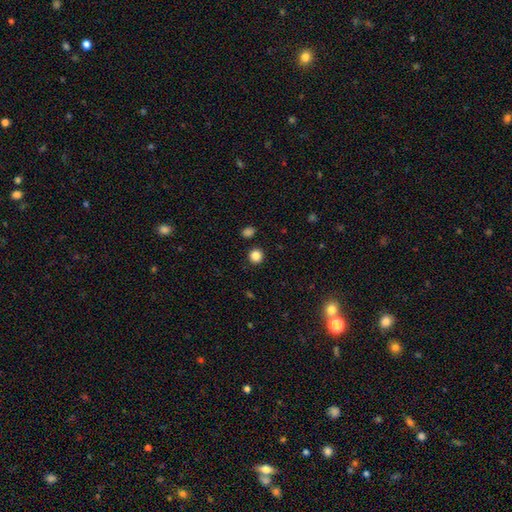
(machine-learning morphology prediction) Smooth or featured? Predicted: smooth (p=0.85). How rounded? Predicted: round (p=0.93). Merging? Predicted: none (p=0.90).